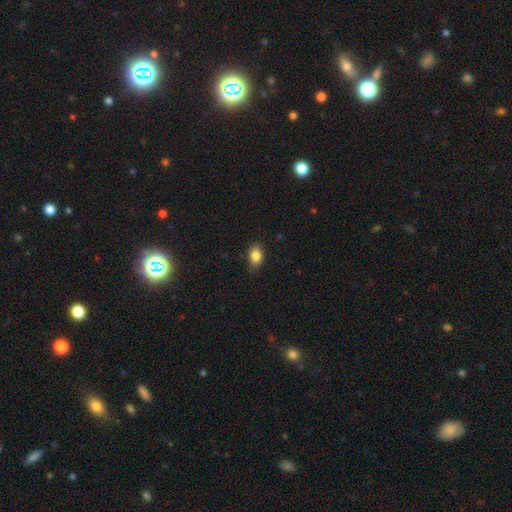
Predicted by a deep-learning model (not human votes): Smooth or featured? Predicted: smooth (p=0.85). How rounded? Predicted: in between (p=0.80). Merging? Predicted: none (p=0.83).